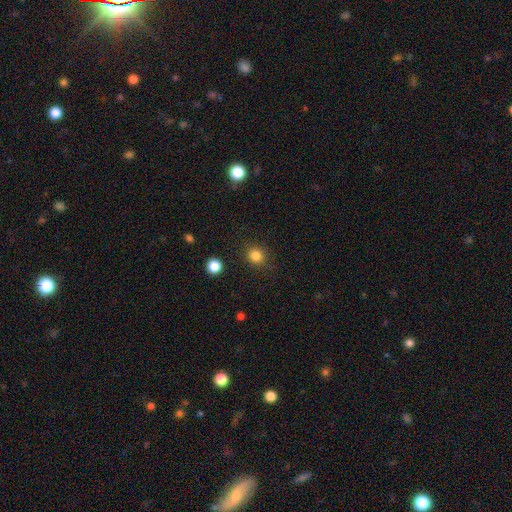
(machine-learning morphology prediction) A smooth galaxy with no disk features (83%) that is round (86%).

Vote fractions:
- Smooth or featured? smooth: 83% / star or artifact: 13% / featured or disk: 5%
- How rounded? round: 86% / in between: 13% / cigar-shaped: 1%
- Merging? none: 87% / minor disturbance: 8% / major disturbance: 3% / merger: 2%